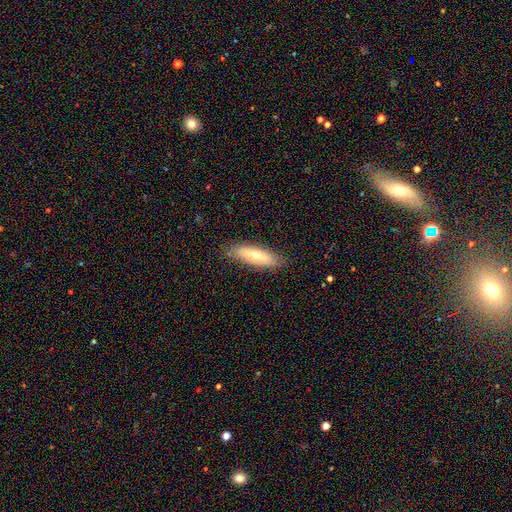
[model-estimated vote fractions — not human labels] smooth_or_featured: smooth (p=0.59) [alt: featured or disk p=0.34]
how_rounded: in between (p=0.49) [alt: cigar-shaped p=0.48]
merging: none (p=0.85) [alt: minor disturbance p=0.11]